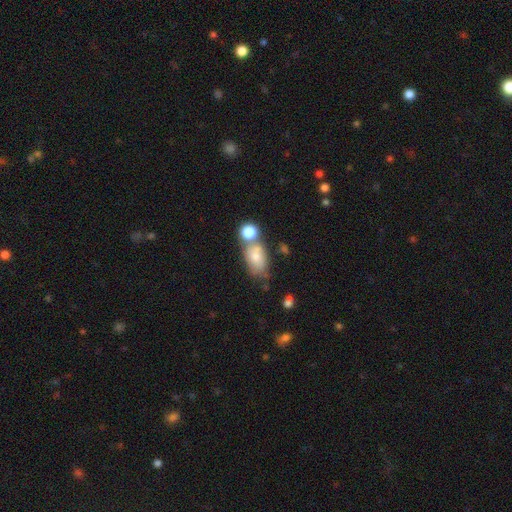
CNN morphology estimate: A smooth galaxy with no disk features (73%) that is in between round and cigar-shaped (85%).

Vote fractions:
- Smooth or featured? smooth: 73% / featured or disk: 18% / star or artifact: 9%
- How rounded? in between: 85% / round: 13% / cigar-shaped: 2%
- Merging? none: 39% / merger: 37% / minor disturbance: 17% / major disturbance: 7%